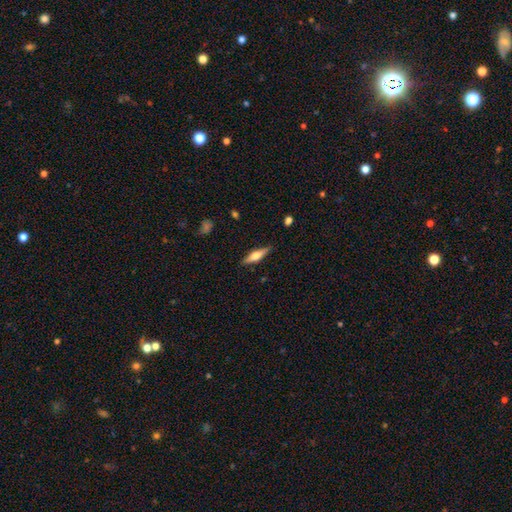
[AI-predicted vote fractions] Smooth or featured? featured or disk (58%)
Edge-on disk? yes (96%)
Edge-on bulge? rounded (88%)
Merging? none (88%)